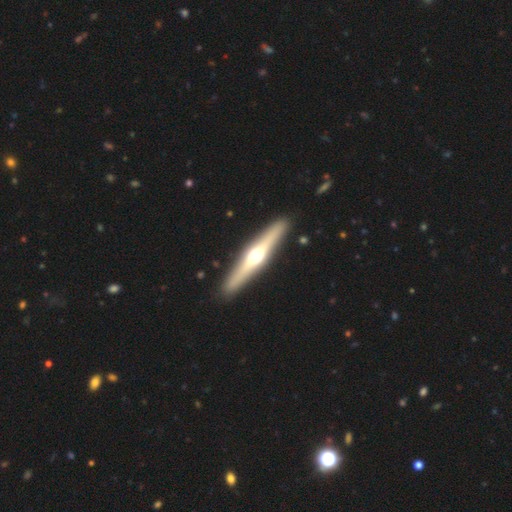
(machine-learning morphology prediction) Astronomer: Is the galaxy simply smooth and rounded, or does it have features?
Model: featured or disk — 66%.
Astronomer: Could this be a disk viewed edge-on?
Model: yes — 96%.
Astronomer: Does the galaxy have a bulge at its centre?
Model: rounded — 93%.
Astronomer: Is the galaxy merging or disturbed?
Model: none — 91%.